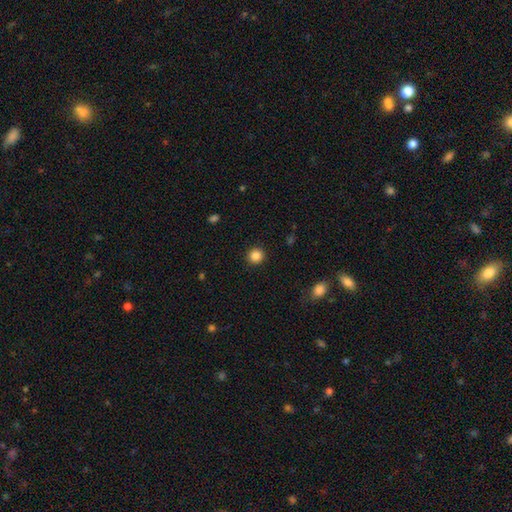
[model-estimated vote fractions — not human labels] Smooth or featured? Predicted: smooth (p=0.86). How rounded? Predicted: round (p=0.92). Merging? Predicted: none (p=0.92).